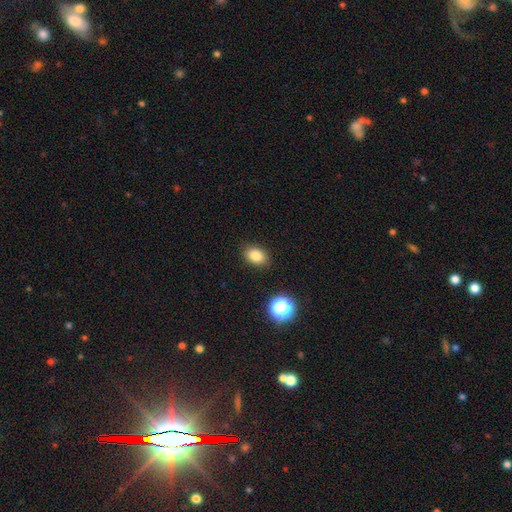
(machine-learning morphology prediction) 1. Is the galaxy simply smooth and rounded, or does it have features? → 82% smooth, 12% star or artifact, 7% featured or disk.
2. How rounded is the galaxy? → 75% in between, 24% round, 1% cigar-shaped.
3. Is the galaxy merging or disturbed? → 86% none, 10% minor disturbance, 2% major disturbance, 2% merger.